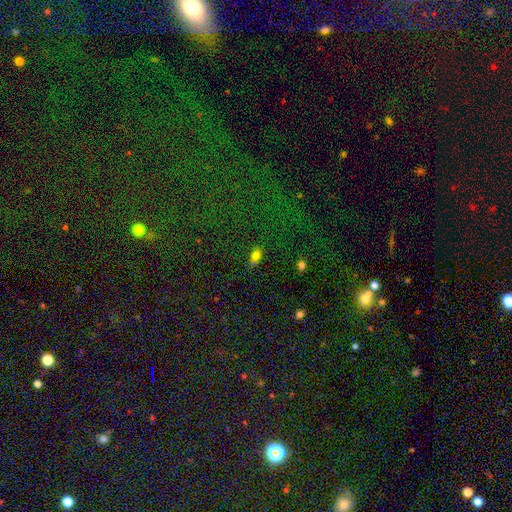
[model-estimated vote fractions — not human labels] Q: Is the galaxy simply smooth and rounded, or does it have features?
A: smooth — 79%.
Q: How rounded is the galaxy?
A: in between — 86%.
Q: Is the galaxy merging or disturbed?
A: none — 70%.